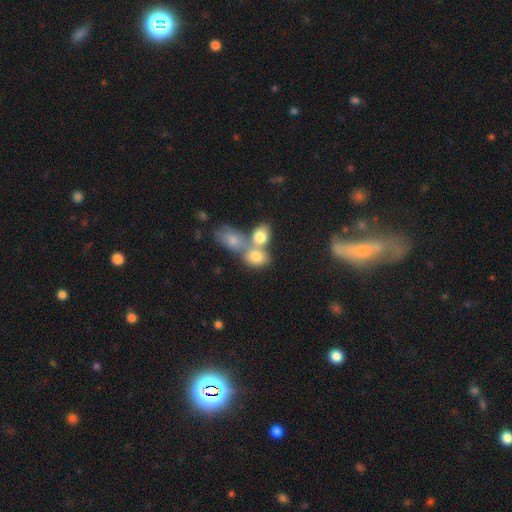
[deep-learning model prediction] The model was most divided on "merging": merger: 56%, none: 31%, minor disturbance: 9%, major disturbance: 4%. More confident: smooth or featured — smooth (75%); how rounded — in between (63%).